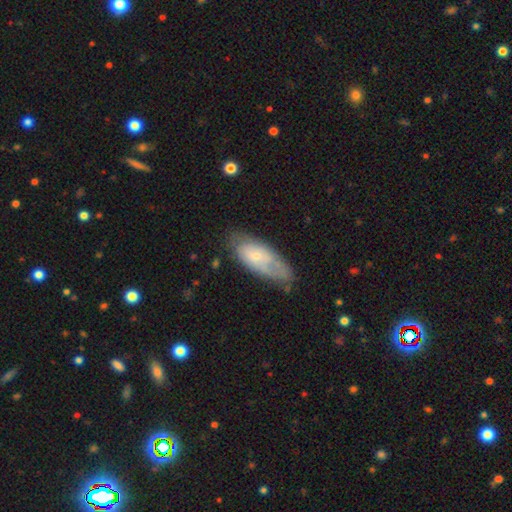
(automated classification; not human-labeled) smooth 49%, featured or disk 44%, star or artifact 7%. Down the decision tree: merging — none (56%).